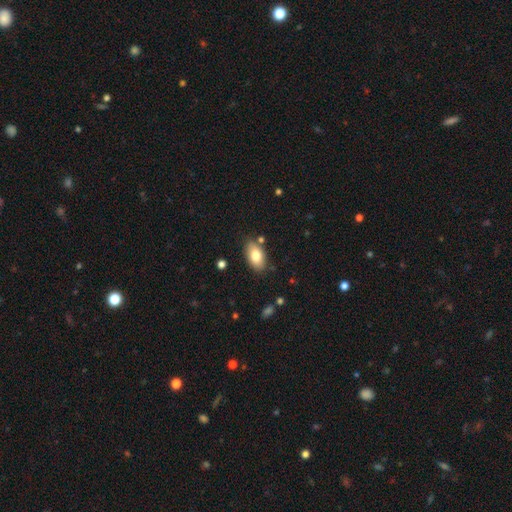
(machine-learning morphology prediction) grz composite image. It shows a smooth galaxy with no disk features (78%) that is in between round and cigar-shaped (93%). Merging: none (82%).